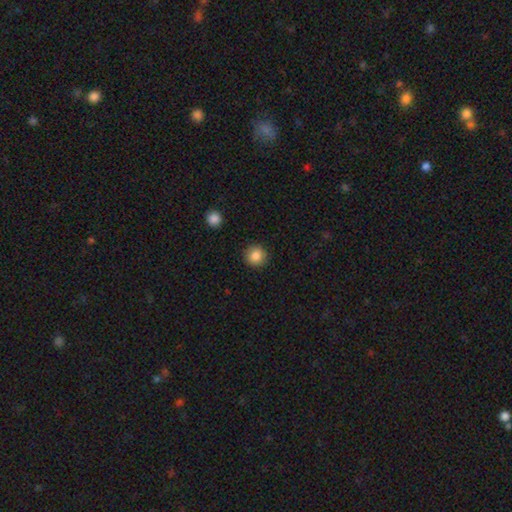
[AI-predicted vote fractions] Smooth or featured: smooth — 86% (star or artifact — 9%)
How rounded: round — 93% (in between — 6%)
Merging: none — 91% (minor disturbance — 6%)